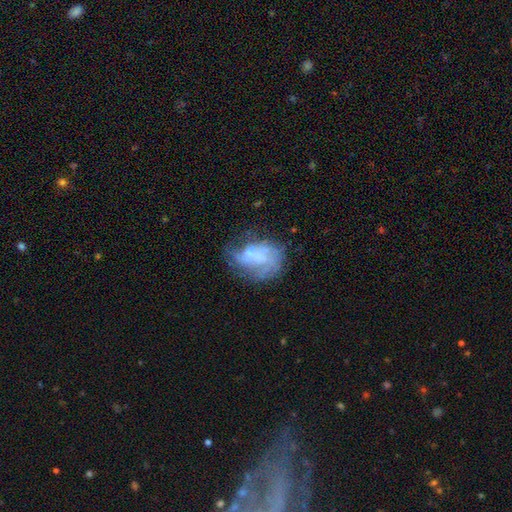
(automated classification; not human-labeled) This is likely a featured or disk galaxy (63%). It is clearly not viewed edge-on (97%). Bar: likely no (63%). Spiral arm pattern: possibly yes (52%). Central bulge: marginally small (44%). Merging: marginally none (41%).